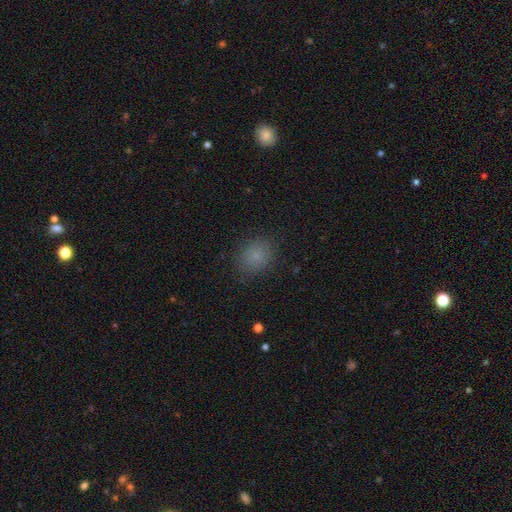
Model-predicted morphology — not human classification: Smooth or featured? Predicted: smooth (p=0.79). How rounded? Predicted: round (p=0.60). Merging? Predicted: none (p=0.84).